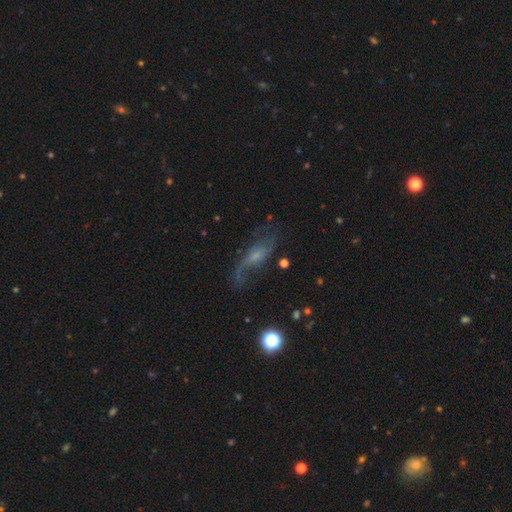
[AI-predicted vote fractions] Smooth or featured?
  - featured or disk: 69% *
  - smooth: 19%
  - star or artifact: 12%
Edge-on disk?
  - no: 83% *
  - yes: 17%
Bar?
  - no: 55% *
  - weak: 36%
  - strong: 9%
Spiral arms?
  - yes: 85% *
  - no: 15%
Bulge size?
  - small: 48% *
  - moderate: 30%
  - none: 17%
  - large: 4%
  - dominant: 2%
Merging?
  - none: 55% *
  - minor disturbance: 21%
  - major disturbance: 20%
  - merger: 4%